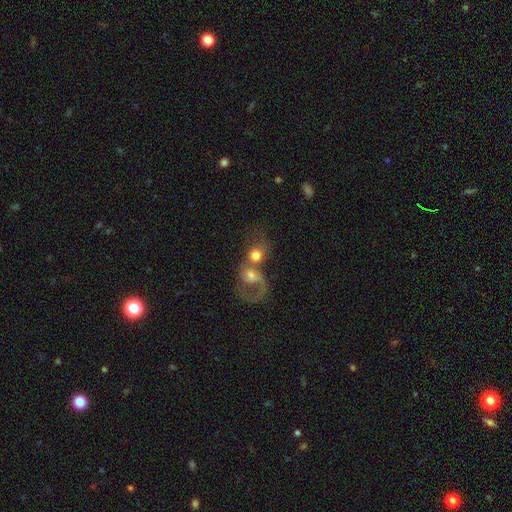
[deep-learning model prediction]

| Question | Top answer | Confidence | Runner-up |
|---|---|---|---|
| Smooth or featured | smooth | 55% | featured or disk (35%) |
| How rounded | round | 66% | in between (32%) |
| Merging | merger | 69% | none (14%) |